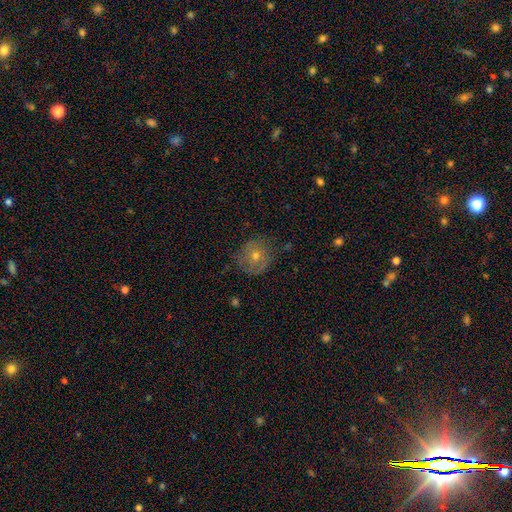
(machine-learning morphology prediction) This is possibly a featured or disk galaxy (48%). Merging: likely none (72%).